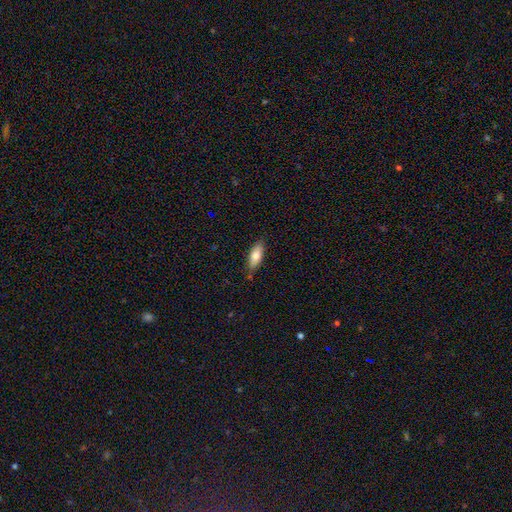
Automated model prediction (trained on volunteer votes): smooth_or_featured: smooth (p=0.75) [alt: featured or disk p=0.19]
how_rounded: in between (p=0.71) [alt: cigar-shaped p=0.27]
merging: none (p=0.80) [alt: minor disturbance p=0.15]